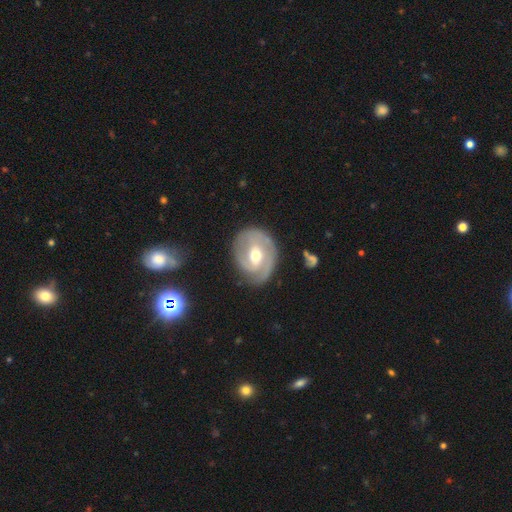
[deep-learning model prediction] smooth_or_featured: featured or disk (p=0.80) [alt: smooth p=0.15]
disk_edge_on: no (p=0.97) [alt: yes p=0.03]
bar: weak (p=0.47) [alt: no p=0.34]
has_spiral_arms: yes (p=0.89) [alt: no p=0.11]
spiral_winding: tight (p=0.50) [alt: medium p=0.37]
spiral_arm_count: 2 (p=0.52) [alt: 1 p=0.23]
bulge_size: moderate (p=0.72) [alt: small p=0.21]
merging: none (p=0.71) [alt: minor disturbance p=0.19]